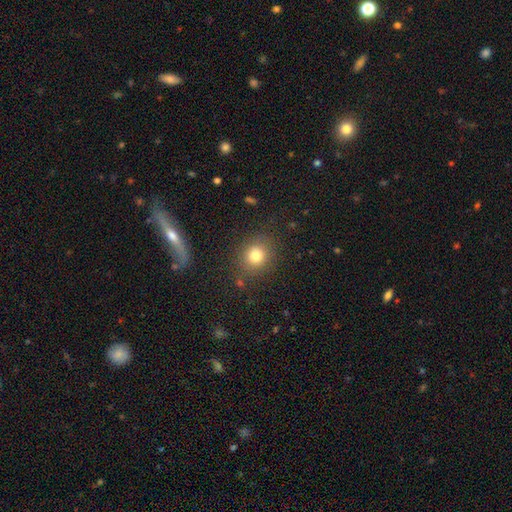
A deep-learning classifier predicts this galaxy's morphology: type=smooth (79%); roundness=round (77%); merging=none (83%).